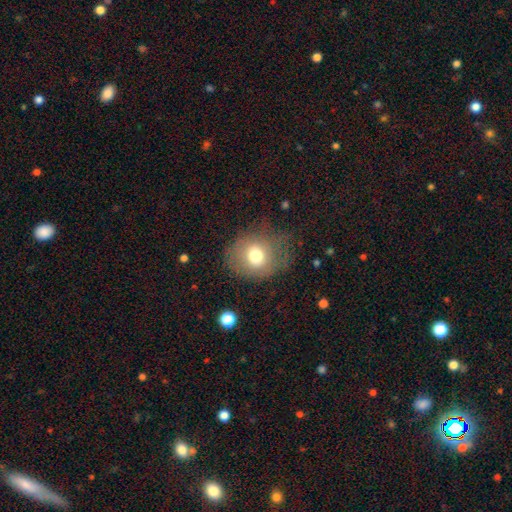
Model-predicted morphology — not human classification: type=smooth (72%); roundness=round (74%); merging=none (62%).